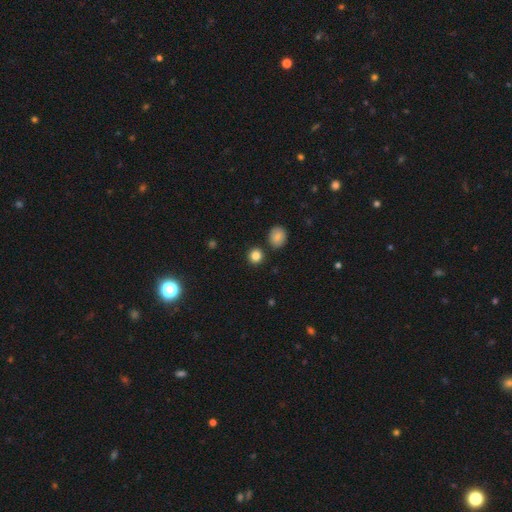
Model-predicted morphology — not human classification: Smooth or featured? smooth (84%)
How rounded? round (89%)
Merging? none (86%)